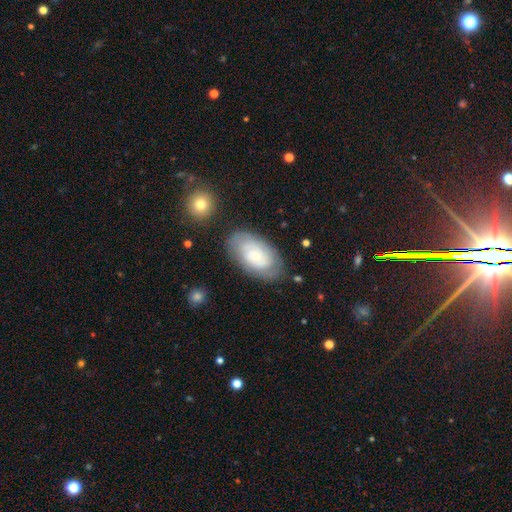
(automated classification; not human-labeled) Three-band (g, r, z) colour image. It shows a featured or disk galaxy (57%) with no bar (80%), spiral arms (73%) and a small central bulge (68%). Merging: none (73%).